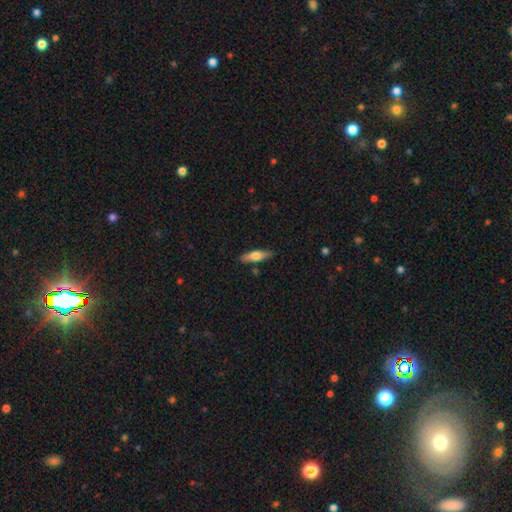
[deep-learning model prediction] Overall: smooth (59%; featured or disk 35%). How rounded: cigar-shaped (62%; in between 36%). Merging: none (84%).